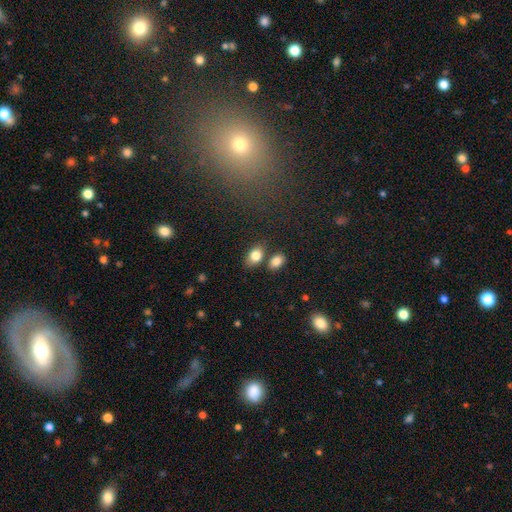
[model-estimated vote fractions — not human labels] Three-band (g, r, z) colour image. It shows a smooth galaxy with no disk features (82%) that is in between round and cigar-shaped (84%). Merging: none (64%).